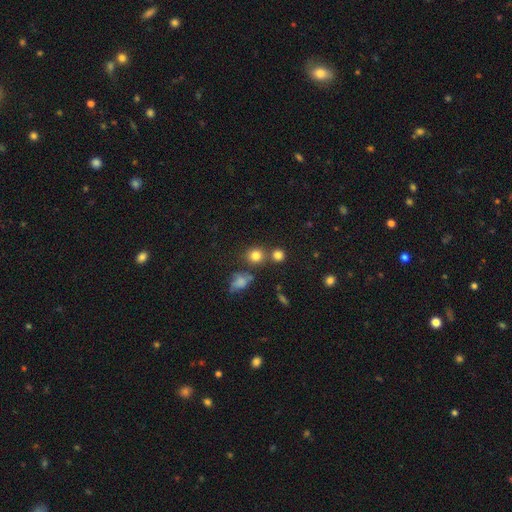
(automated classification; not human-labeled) Smooth or featured?
  - smooth: 79% *
  - star or artifact: 14%
  - featured or disk: 7%
How rounded?
  - round: 84% *
  - in between: 15%
  - cigar-shaped: 1%
Merging?
  - none: 68% *
  - merger: 18%
  - minor disturbance: 10%
  - major disturbance: 4%